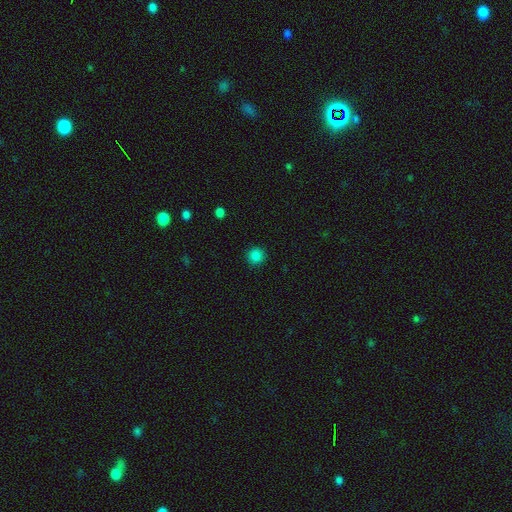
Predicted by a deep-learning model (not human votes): Smooth or featured?
  - smooth: 85% *
  - star or artifact: 12%
  - featured or disk: 3%
How rounded?
  - round: 94% *
  - in between: 5%
  - cigar-shaped: 1%
Merging?
  - none: 91% *
  - minor disturbance: 6%
  - major disturbance: 2%
  - merger: 1%